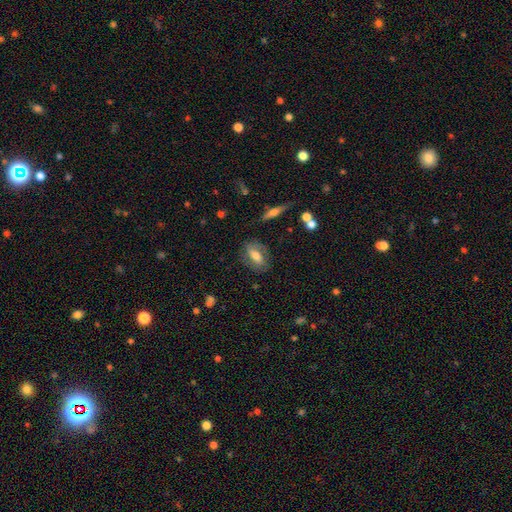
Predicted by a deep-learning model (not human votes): Q: Smooth or featured?
A: smooth (55%); runner-up: featured or disk (36%)
Q: How rounded?
A: in between (80%); runner-up: round (11%)
Q: Merging?
A: none (74%); runner-up: minor disturbance (17%)